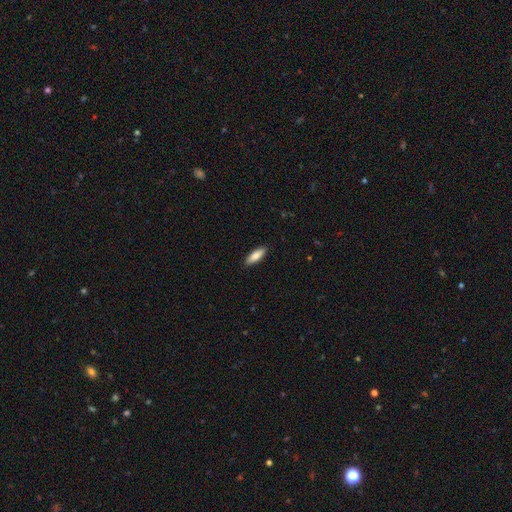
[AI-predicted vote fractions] smooth_or_featured: smooth (p=0.80) [alt: featured or disk p=0.15]
how_rounded: in between (p=0.57) [alt: cigar-shaped p=0.41]
merging: none (p=0.90) [alt: minor disturbance p=0.08]